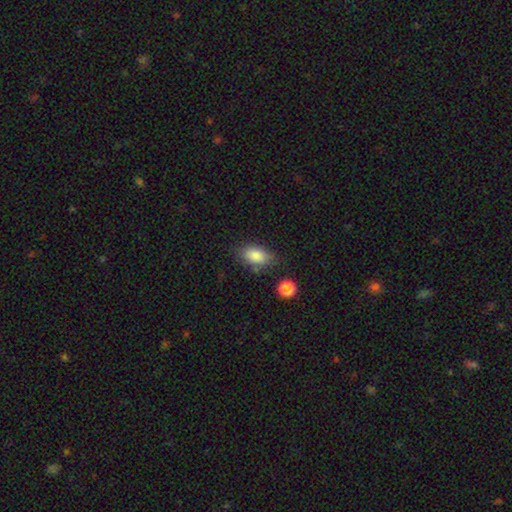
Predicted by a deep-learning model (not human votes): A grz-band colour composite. It shows a smooth galaxy with no disk features (84%) that is in between round and cigar-shaped (89%). Merging: none (74%).